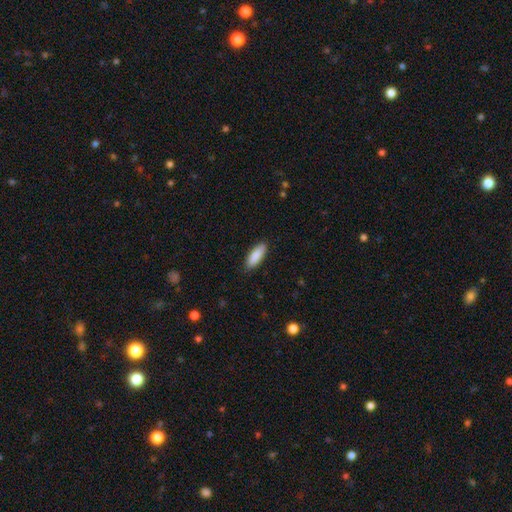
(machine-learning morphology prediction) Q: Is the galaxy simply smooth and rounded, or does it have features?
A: smooth — 88%.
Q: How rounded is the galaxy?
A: in between — 60%.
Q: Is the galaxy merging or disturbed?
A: none — 87%.